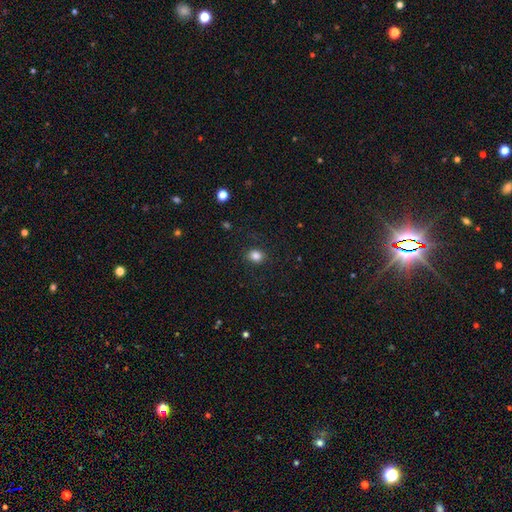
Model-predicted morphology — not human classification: This appears to be a smooth galaxy with no disk features (84%) that is round (56%). Merging: none (86%).